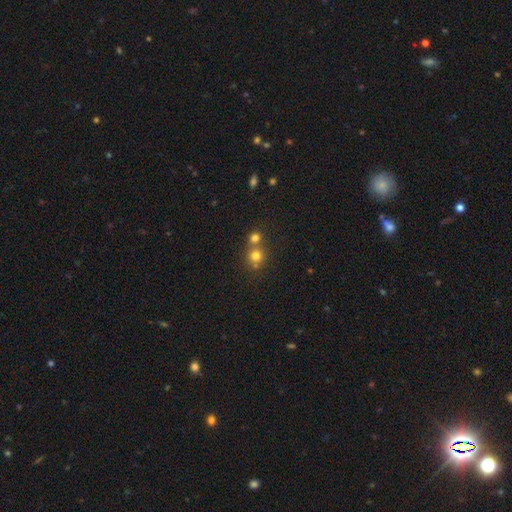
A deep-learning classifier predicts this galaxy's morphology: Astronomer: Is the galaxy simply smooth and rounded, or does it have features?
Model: smooth — 75%.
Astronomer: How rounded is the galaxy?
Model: round — 88%.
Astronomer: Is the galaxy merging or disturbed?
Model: none — 51% (runner-up: merger, 40%).